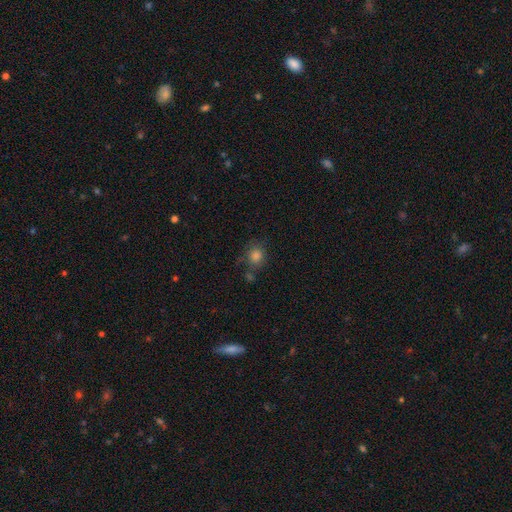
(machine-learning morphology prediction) smooth 77%, star or artifact 15%, featured or disk 8%. Down the decision tree: how rounded — round (76%); merging — none (69%).